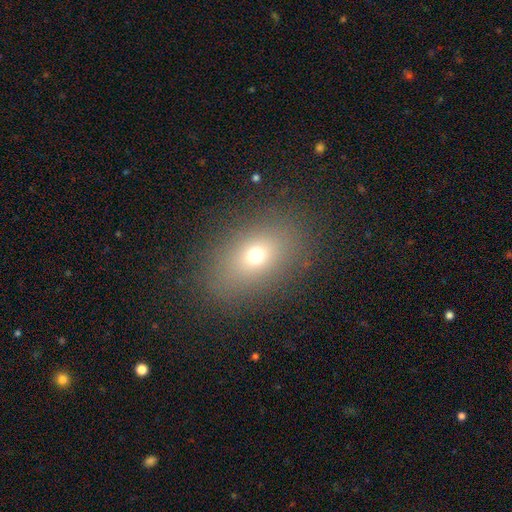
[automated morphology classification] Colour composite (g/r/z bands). It shows a smooth galaxy with no disk features (67%) that is in between round and cigar-shaped (74%). Merging: none (84%).